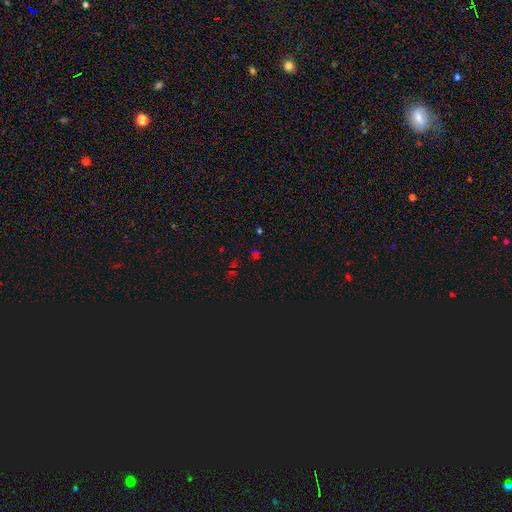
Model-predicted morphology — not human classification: This appears to be a star or artifact, not a galaxy (62%).